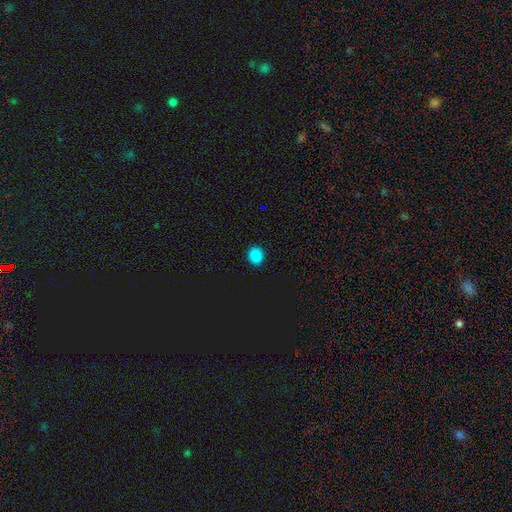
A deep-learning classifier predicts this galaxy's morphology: Smooth or featured: smooth — 85% (star or artifact — 12%)
How rounded: round — 63% (in between — 36%)
Merging: none — 91% (minor disturbance — 7%)